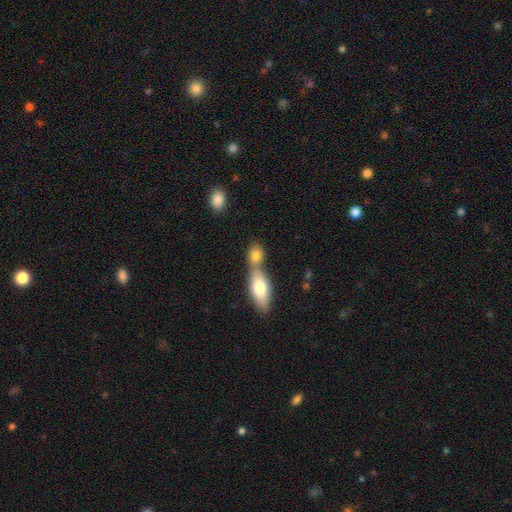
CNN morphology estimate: smooth_or_featured: smooth (p=0.81) [alt: featured or disk p=0.12]
how_rounded: in between (p=0.55) [alt: round p=0.38]
merging: merger (p=0.57) [alt: none p=0.33]